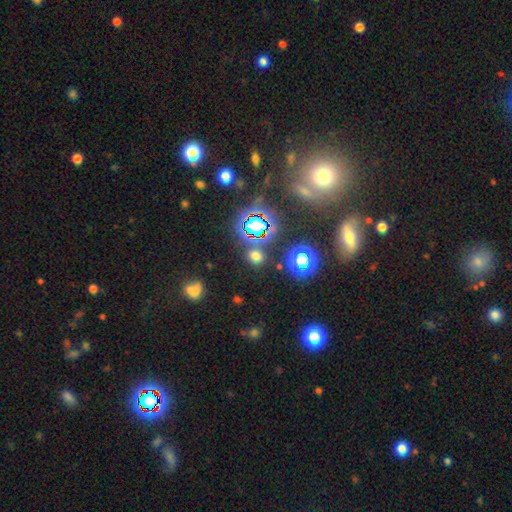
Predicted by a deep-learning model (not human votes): A smooth galaxy with no disk features (57%) that is round (75%).

Vote fractions:
- Smooth or featured? smooth: 57% / star or artifact: 37% / featured or disk: 7%
- How rounded? round: 75% / in between: 23% / cigar-shaped: 2%
- Merging? none: 82% / minor disturbance: 8% / merger: 6% / major disturbance: 4%